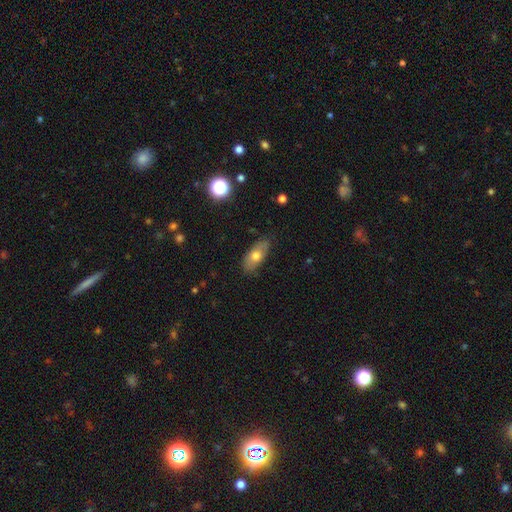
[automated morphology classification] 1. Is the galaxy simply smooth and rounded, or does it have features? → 67% smooth, 25% featured or disk, 8% star or artifact.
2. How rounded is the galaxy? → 83% in between, 12% cigar-shaped, 5% round.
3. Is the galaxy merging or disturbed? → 81% none, 15% minor disturbance, 3% major disturbance, 1% merger.